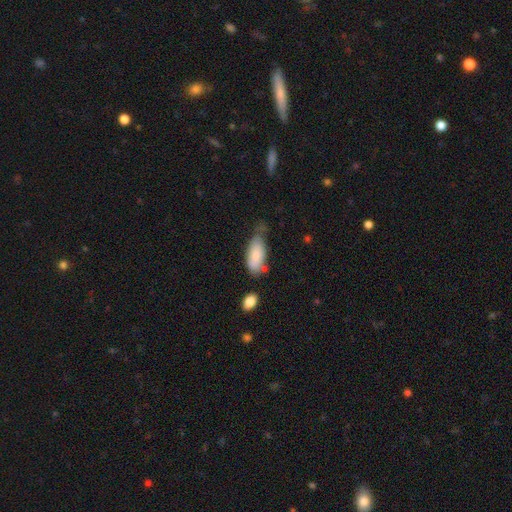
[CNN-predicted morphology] smooth-or-featured: smooth: 81% | featured or disk: 13% | star or artifact: 6%
  how-rounded: in between: 87% | cigar-shaped: 11% | round: 2%
  merging: none: 40% | minor disturbance: 37% | major disturbance: 13% | merger: 9%